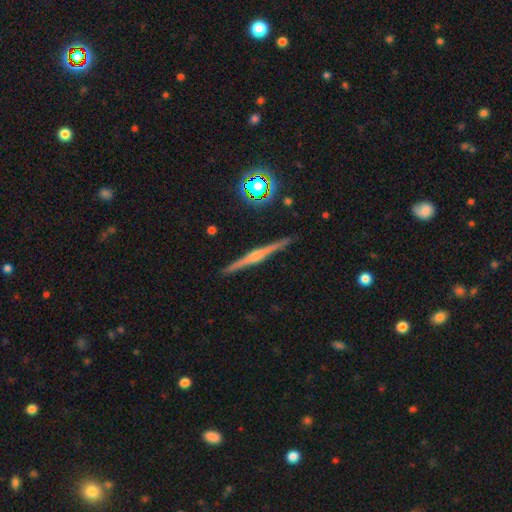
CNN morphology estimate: type=featured or disk (79%); edge-on=yes (98%); edge-on bulge=rounded (77%); merging=none (92%).